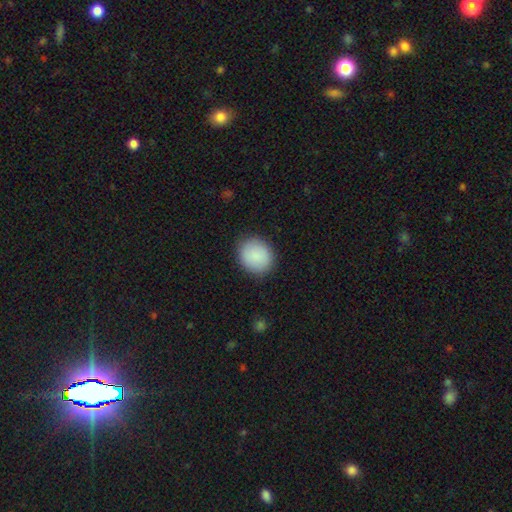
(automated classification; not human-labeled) smooth_or_featured: smooth (p=0.88) [alt: star or artifact p=0.07]
how_rounded: round (p=0.75) [alt: in between p=0.24]
merging: none (p=0.87) [alt: minor disturbance p=0.09]